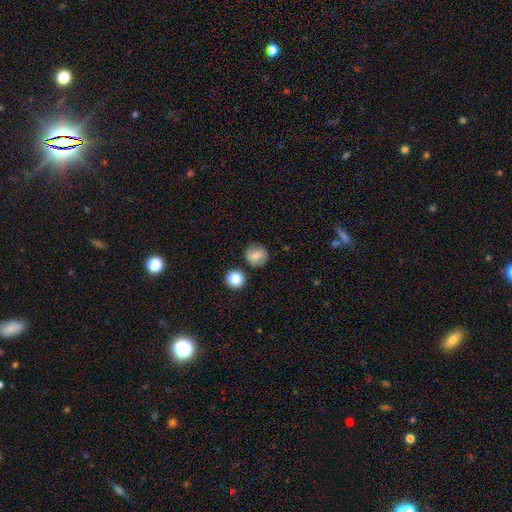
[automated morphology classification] Smooth or featured?
  - smooth: 68% *
  - featured or disk: 23%
  - star or artifact: 9%
How rounded?
  - round: 88% *
  - in between: 11%
  - cigar-shaped: 1%
Merging?
  - none: 76% *
  - minor disturbance: 14%
  - merger: 6%
  - major disturbance: 4%